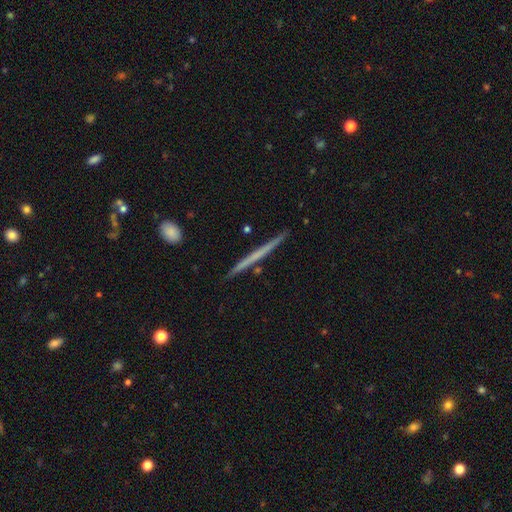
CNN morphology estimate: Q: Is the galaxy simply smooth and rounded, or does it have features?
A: featured or disk — 56%.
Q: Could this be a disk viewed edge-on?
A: yes — 98%.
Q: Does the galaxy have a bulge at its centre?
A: none — 90%.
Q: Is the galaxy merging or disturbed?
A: none — 91%.